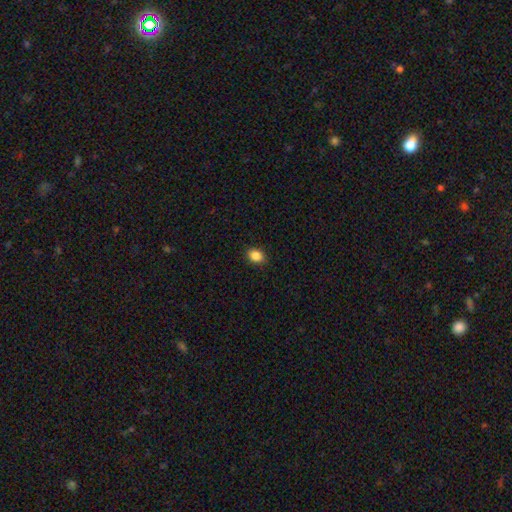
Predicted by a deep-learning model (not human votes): This is clearly a smooth galaxy (86%). How rounded: possibly in between (52%). Merging: clearly none (89%).